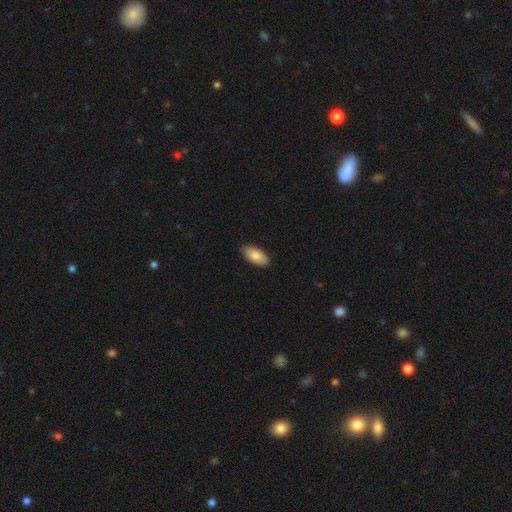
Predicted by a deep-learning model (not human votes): The model was most divided on "smooth or featured": smooth: 86%, featured or disk: 8%, star or artifact: 6%. More confident: how rounded — in between (92%); merging — none (88%).